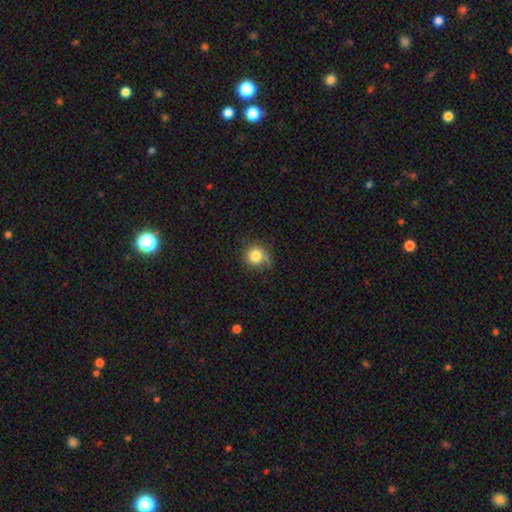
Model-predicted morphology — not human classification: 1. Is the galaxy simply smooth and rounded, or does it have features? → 82% smooth, 11% star or artifact, 7% featured or disk.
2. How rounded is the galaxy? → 89% round, 10% in between, 1% cigar-shaped.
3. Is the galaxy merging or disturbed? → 69% none, 21% minor disturbance, 5% merger, 5% major disturbance.